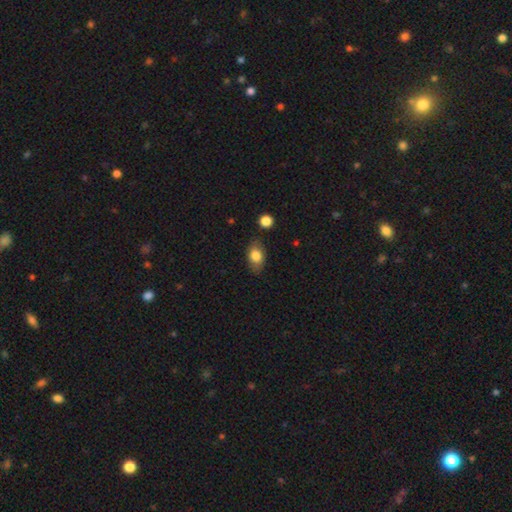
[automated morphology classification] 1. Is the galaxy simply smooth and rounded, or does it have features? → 80% smooth, 12% featured or disk, 8% star or artifact.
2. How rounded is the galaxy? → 84% in between, 14% round, 2% cigar-shaped.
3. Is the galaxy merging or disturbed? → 80% none, 15% minor disturbance, 3% major disturbance, 3% merger.